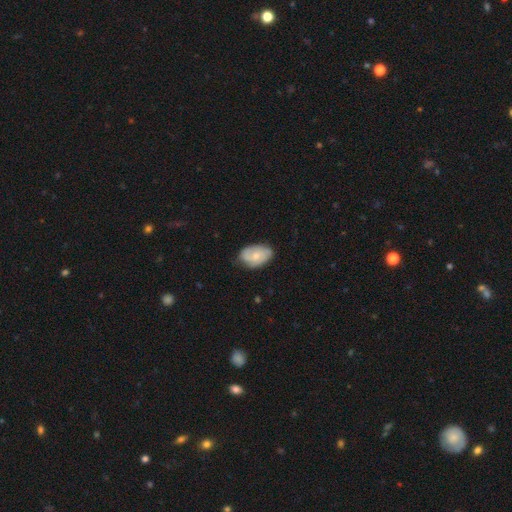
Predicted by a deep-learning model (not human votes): Smooth or featured: smooth — 53% (featured or disk — 41%)
How rounded: in between — 88% (round — 11%)
Merging: none — 71% (minor disturbance — 24%)